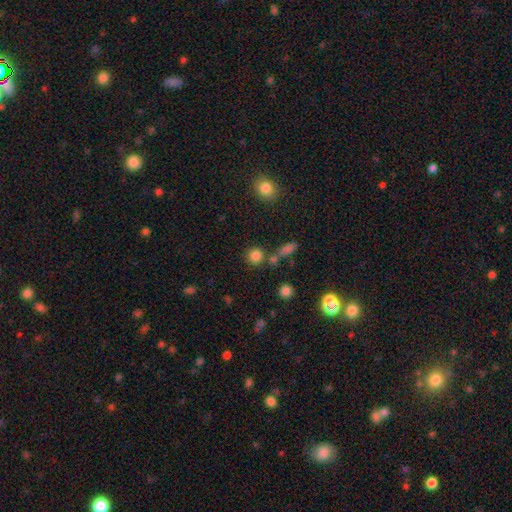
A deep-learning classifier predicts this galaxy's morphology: Q: Smooth or featured?
A: smooth (81%); runner-up: star or artifact (13%)
Q: How rounded?
A: round (88%); runner-up: in between (10%)
Q: Merging?
A: none (72%); runner-up: merger (14%)